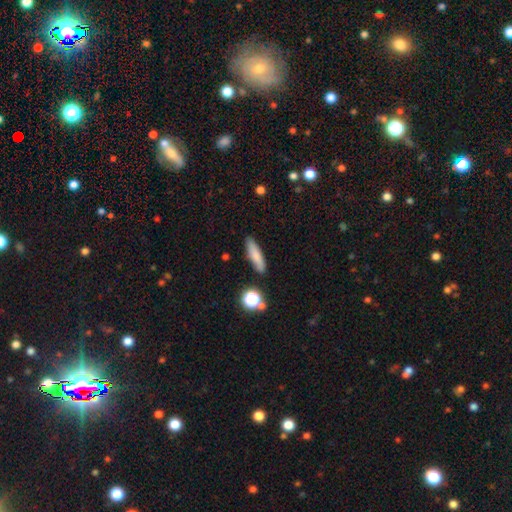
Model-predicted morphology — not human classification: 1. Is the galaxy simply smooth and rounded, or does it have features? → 78% smooth, 13% featured or disk, 9% star or artifact.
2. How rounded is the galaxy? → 69% cigar-shaped, 27% in between, 4% round.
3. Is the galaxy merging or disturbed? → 84% none, 11% minor disturbance, 3% merger, 3% major disturbance.